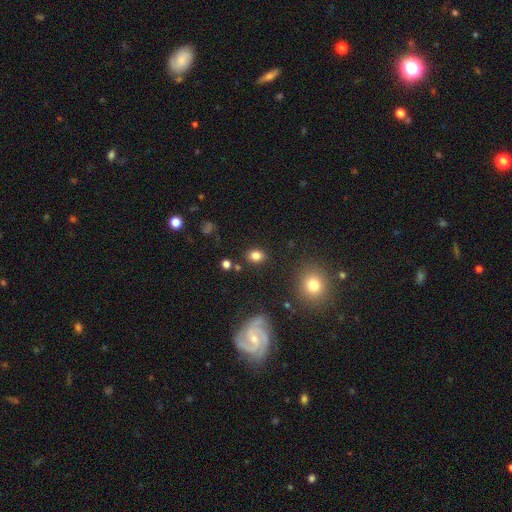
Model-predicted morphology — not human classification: type=smooth (82%); roundness=in between (55%); merging=none (85%).